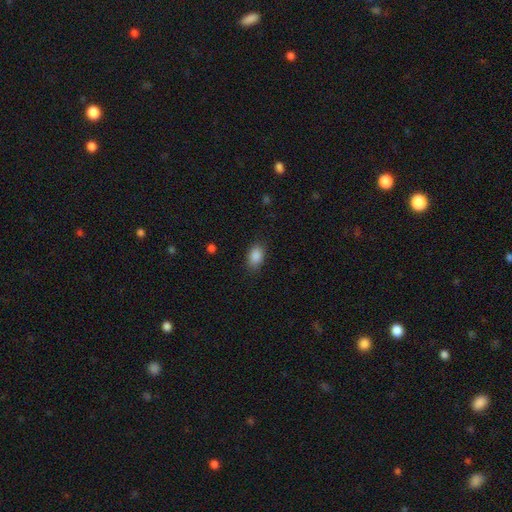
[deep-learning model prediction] smooth_or_featured: smooth (p=0.88) [alt: star or artifact p=0.08]
how_rounded: in between (p=0.88) [alt: round p=0.10]
merging: none (p=0.85) [alt: minor disturbance p=0.11]